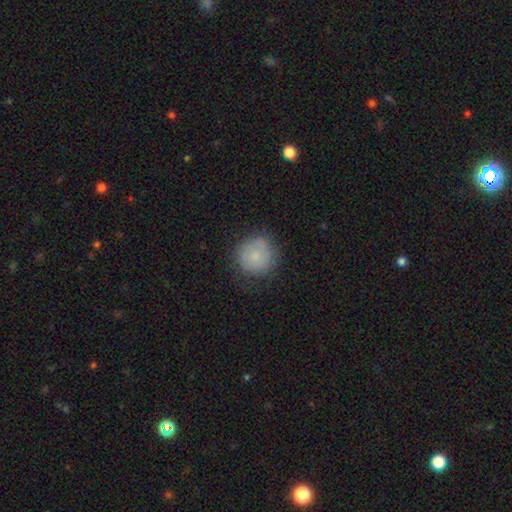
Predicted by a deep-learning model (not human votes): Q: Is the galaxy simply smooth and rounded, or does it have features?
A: smooth — 74%.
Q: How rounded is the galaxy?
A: round — 93%.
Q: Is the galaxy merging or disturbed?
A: none — 73%.